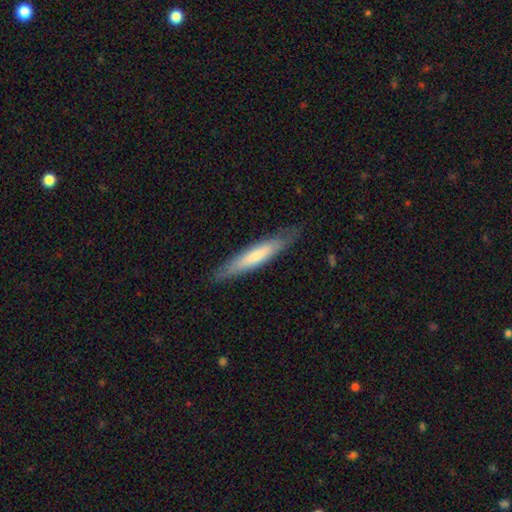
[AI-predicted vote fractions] smooth-or-featured: smooth: 65% | featured or disk: 30% | star or artifact: 5%
  how-rounded: cigar-shaped: 89% | in between: 10% | round: 1%
  merging: none: 83% | minor disturbance: 13% | major disturbance: 3% | merger: 1%